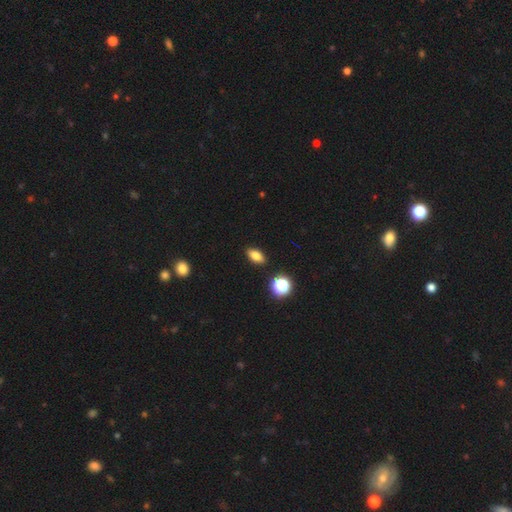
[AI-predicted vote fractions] A smooth galaxy with no disk features (80%) that is in between round and cigar-shaped (85%). Merging: none (89%).